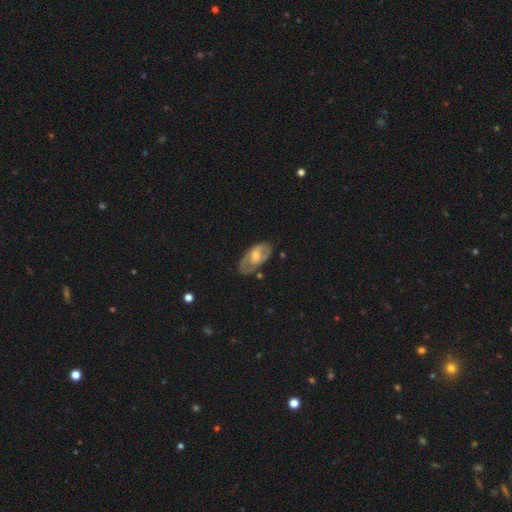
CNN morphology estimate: smooth_or_featured: featured or disk (p=0.62) [alt: smooth p=0.33]
disk_edge_on: no (p=0.91) [alt: yes p=0.09]
bar: no (p=0.51) [alt: weak p=0.37]
has_spiral_arms: yes (p=0.50) [tied with: no p=0.50]
bulge_size: moderate (p=0.60) [alt: small p=0.25]
merging: none (p=0.60) [alt: minor disturbance p=0.25]